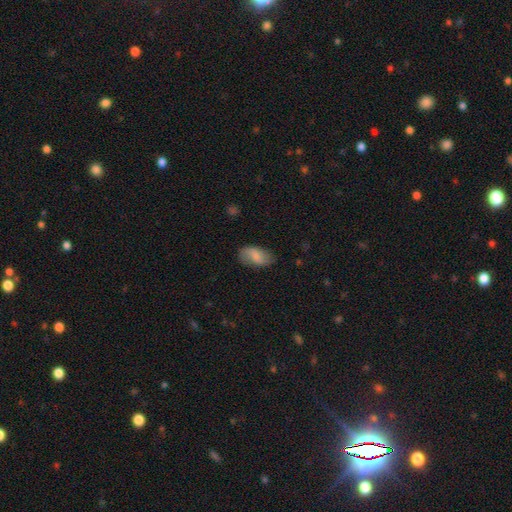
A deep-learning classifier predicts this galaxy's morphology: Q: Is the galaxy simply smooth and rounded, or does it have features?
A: smooth — 70%.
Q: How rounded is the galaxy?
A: in between — 93%.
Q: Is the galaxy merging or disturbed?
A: none — 74%.